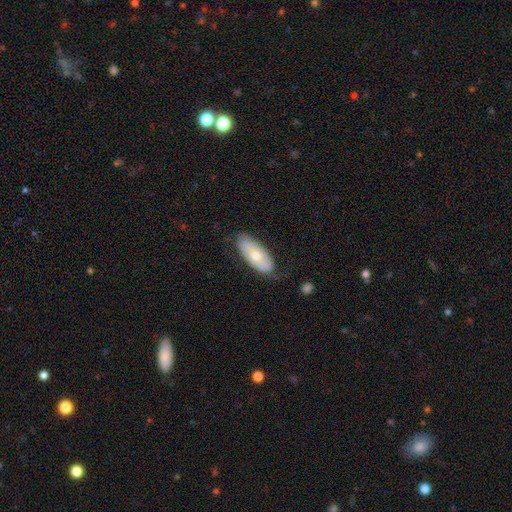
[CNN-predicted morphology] A smooth galaxy with no disk features (62%) that is in between round and cigar-shaped (85%). Merging: none (72%).